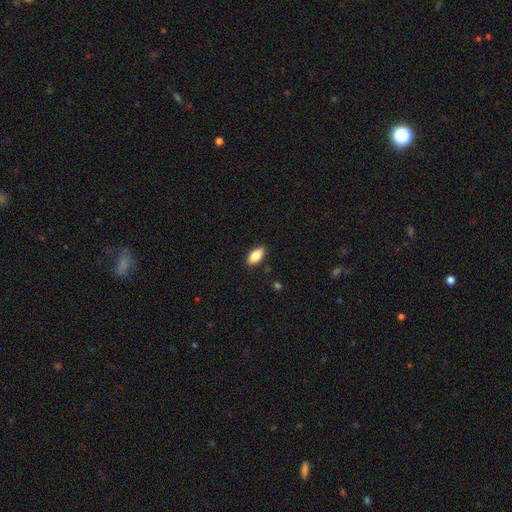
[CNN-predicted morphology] This is clearly a smooth galaxy (83%). How rounded: clearly in between (89%). Merging: clearly none (88%).